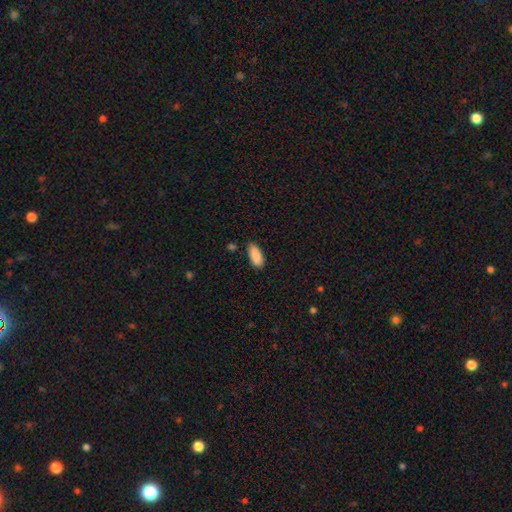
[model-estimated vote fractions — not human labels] Q: Smooth or featured?
A: smooth (88%); runner-up: star or artifact (7%)
Q: How rounded?
A: in between (82%); runner-up: cigar-shaped (16%)
Q: Merging?
A: none (75%); runner-up: minor disturbance (20%)